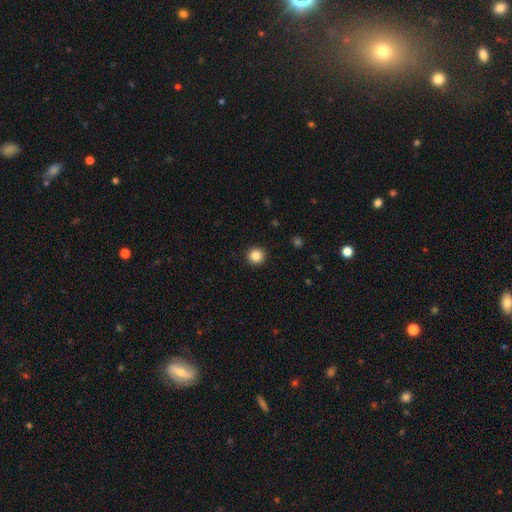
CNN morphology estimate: This is clearly a smooth galaxy (85%). How rounded: clearly round (95%). Merging: clearly none (93%).